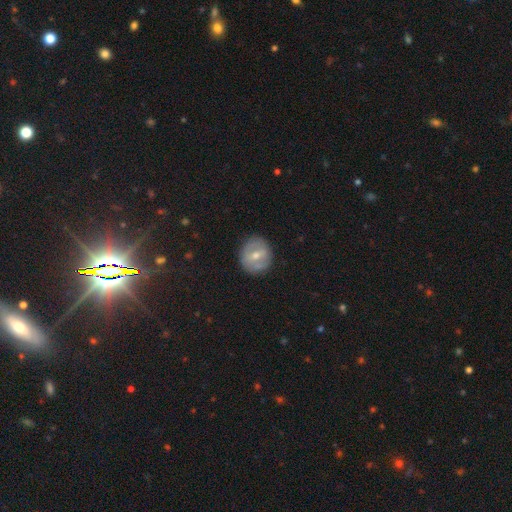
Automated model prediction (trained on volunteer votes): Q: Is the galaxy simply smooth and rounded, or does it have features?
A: featured or disk — 50%.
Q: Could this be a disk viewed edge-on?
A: no — 95%.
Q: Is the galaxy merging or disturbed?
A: none — 85%.